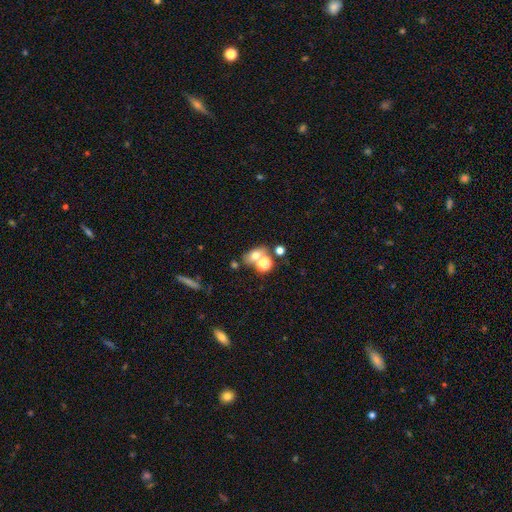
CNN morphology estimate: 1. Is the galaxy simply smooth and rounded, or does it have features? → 62% smooth, 20% star or artifact, 18% featured or disk.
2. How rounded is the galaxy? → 60% in between, 36% round, 4% cigar-shaped.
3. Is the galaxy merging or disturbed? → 45% none, 38% merger, 11% minor disturbance, 6% major disturbance.